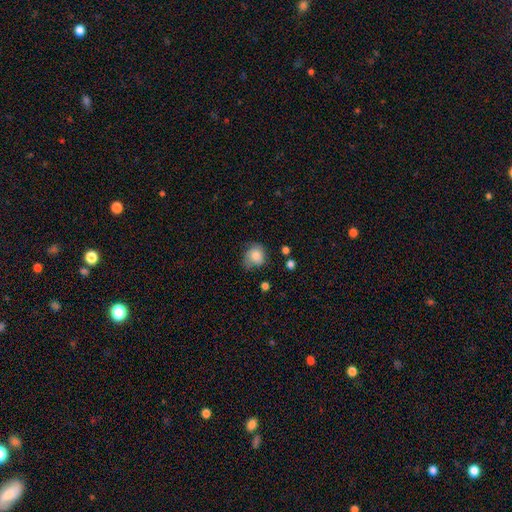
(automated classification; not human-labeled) This is clearly a smooth galaxy (81%). How rounded: likely round (71%). Merging: possibly none (55%).